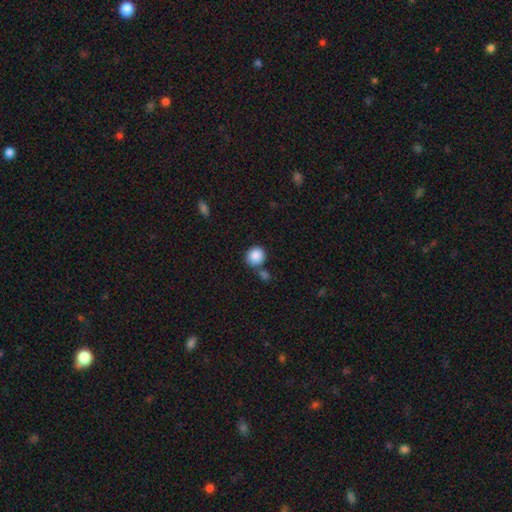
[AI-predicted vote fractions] This is clearly a smooth galaxy (88%). How rounded: clearly round (85%). Merging: likely none (67%).